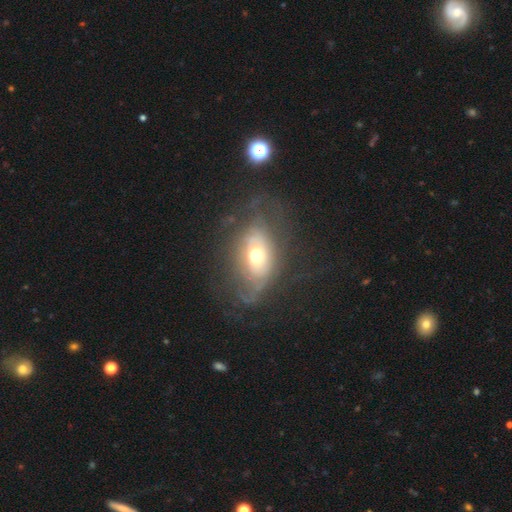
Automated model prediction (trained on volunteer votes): Morphology: type=featured or disk (60%); edge-on=no (91%); bar=no (83%); spiral arms=no (51%); bulge=moderate (69%); merging=none (51%).